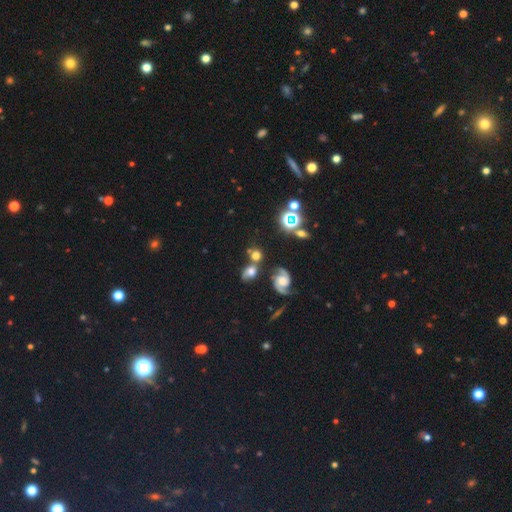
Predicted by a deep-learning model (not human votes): Smooth or featured: smooth — 55% (featured or disk — 26%)
How rounded: round — 76% (in between — 22%)
Merging: none — 51% (merger — 31%)